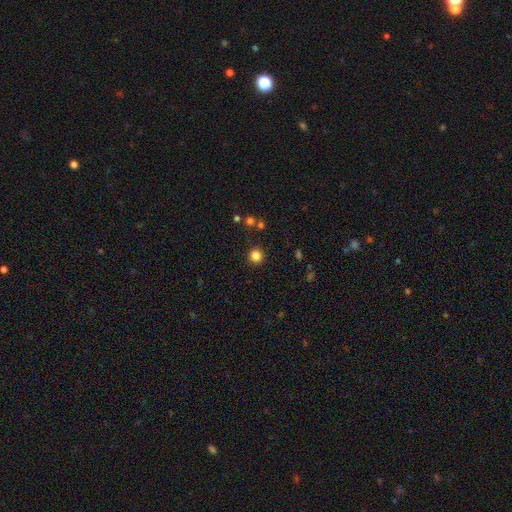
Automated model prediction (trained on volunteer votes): This is clearly a smooth galaxy (83%). How rounded: clearly round (94%). Merging: clearly none (90%).